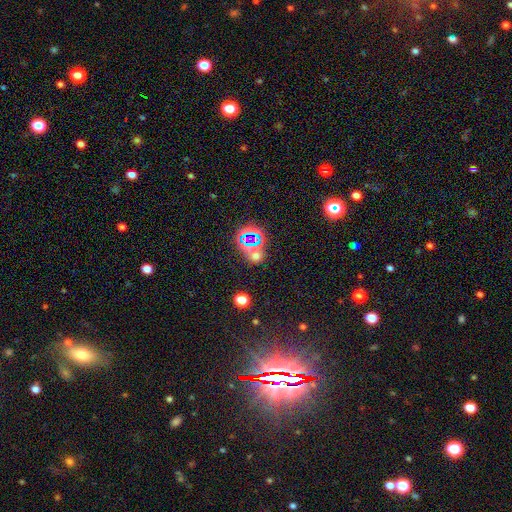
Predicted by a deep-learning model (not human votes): Overall: star or artifact (52%; smooth 39%).